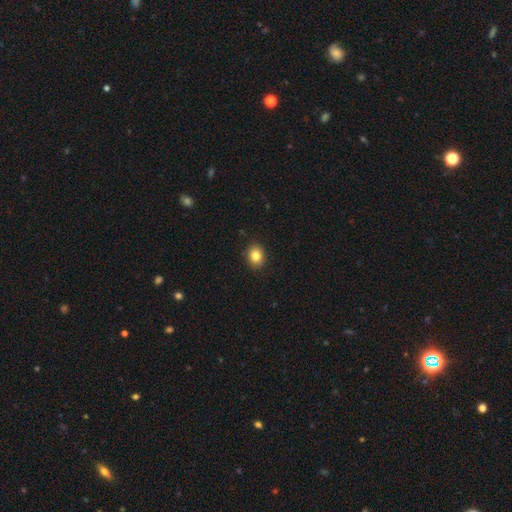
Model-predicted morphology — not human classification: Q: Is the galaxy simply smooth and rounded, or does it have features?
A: smooth — 84%.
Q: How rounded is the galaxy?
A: round — 50%.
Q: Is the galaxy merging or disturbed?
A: none — 90%.